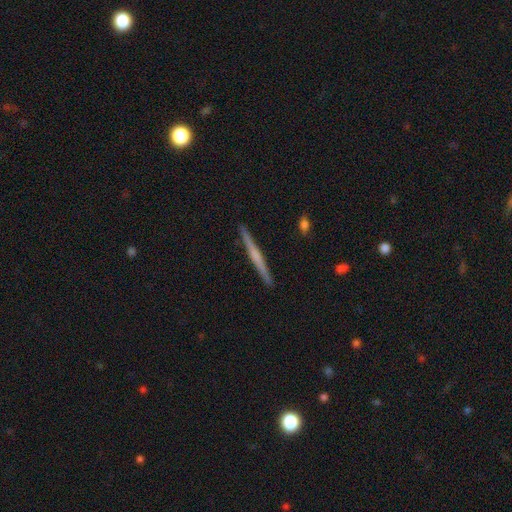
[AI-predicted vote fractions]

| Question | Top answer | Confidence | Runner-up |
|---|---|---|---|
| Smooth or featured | featured or disk | 61% | smooth (34%) |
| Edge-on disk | yes | 98% | no (2%) |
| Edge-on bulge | none | 53% | rounded (35%) |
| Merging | none | 92% | minor disturbance (5%) |